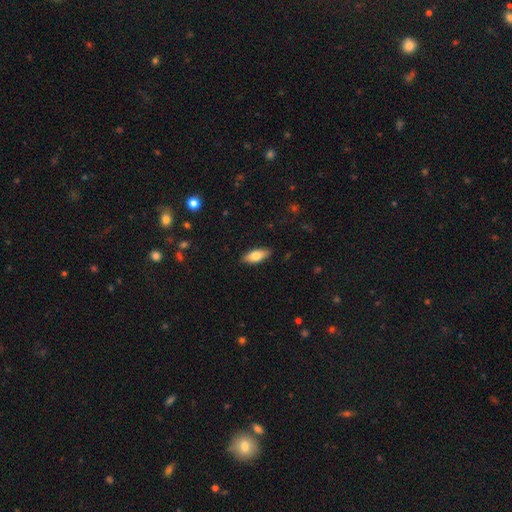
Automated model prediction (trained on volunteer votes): The model was most divided on "smooth or featured": smooth: 73%, featured or disk: 21%, star or artifact: 6%. More confident: merging — none (88%); how rounded — in between (79%).